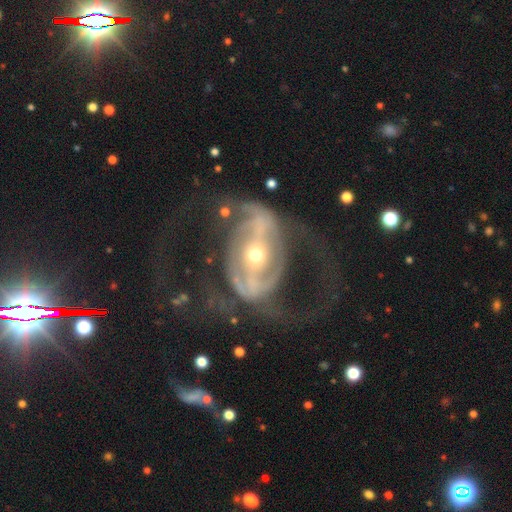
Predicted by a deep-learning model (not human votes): This is clearly a featured or disk galaxy (88%). It is clearly not viewed edge-on (95%). Bar: likely strong (62%). Spiral arm pattern: clearly yes (83%). Spiral arm count: clearly 2 (83%). Spiral winding: possibly medium (47%). Central bulge: possibly moderate (48%). Merging: possibly none (52%).